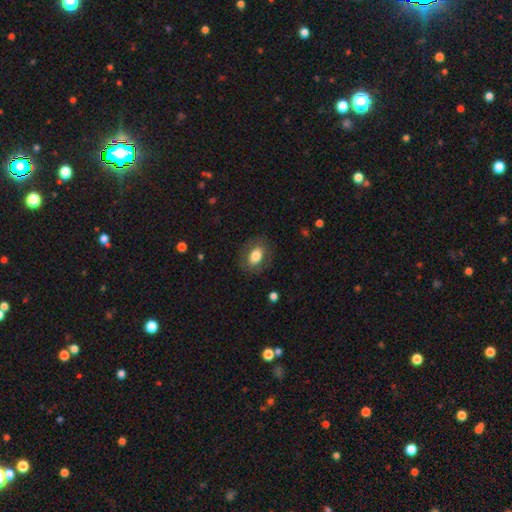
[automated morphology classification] smooth-or-featured: smooth: 74% | featured or disk: 18% | star or artifact: 7%
  how-rounded: in between: 76% | round: 22% | cigar-shaped: 1%
  merging: none: 81% | minor disturbance: 12% | major disturbance: 6% | merger: 1%